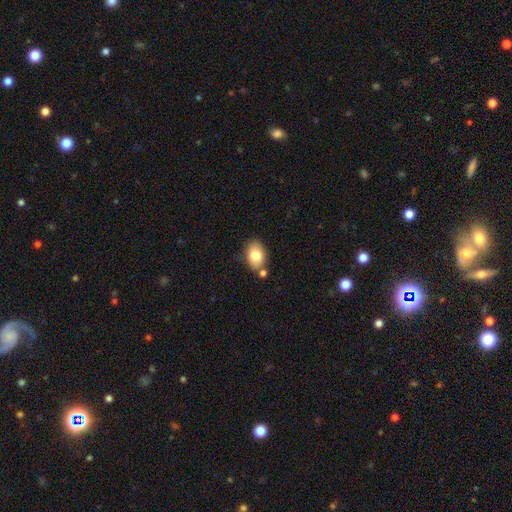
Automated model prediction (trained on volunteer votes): The model was most divided on "merging": none: 68%, minor disturbance: 16%, merger: 13%, major disturbance: 3%. More confident: how rounded — in between (84%); smooth or featured — smooth (80%).